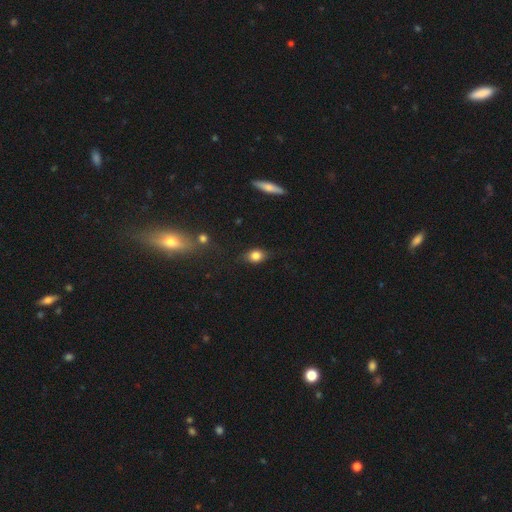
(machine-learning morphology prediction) Smooth or featured: smooth — 78% (featured or disk — 12%)
How rounded: in between — 65% (round — 31%)
Merging: none — 74% (minor disturbance — 19%)